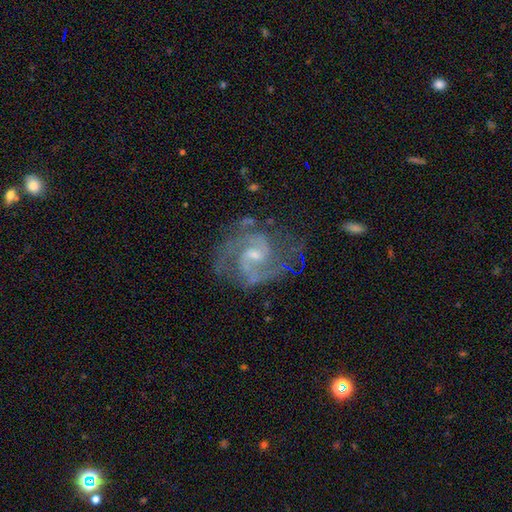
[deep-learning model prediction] A featured or disk galaxy (87%) with a weak bar (53%), 2 (74%) medium (55%) spiral arms (97%) and a small central bulge (56%). Merging: none (71%).